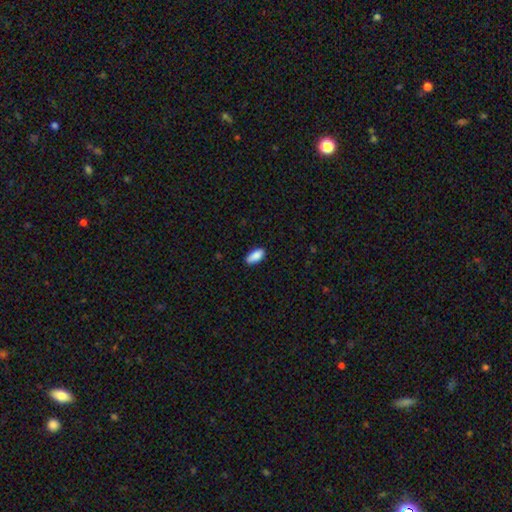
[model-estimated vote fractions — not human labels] This appears to be a smooth galaxy with no disk features (88%) that is in between round and cigar-shaped (88%). Merging: none (83%).